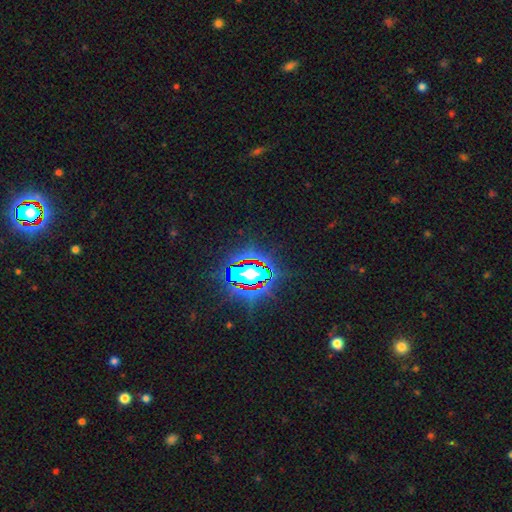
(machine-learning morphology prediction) Overall: star or artifact (85%).